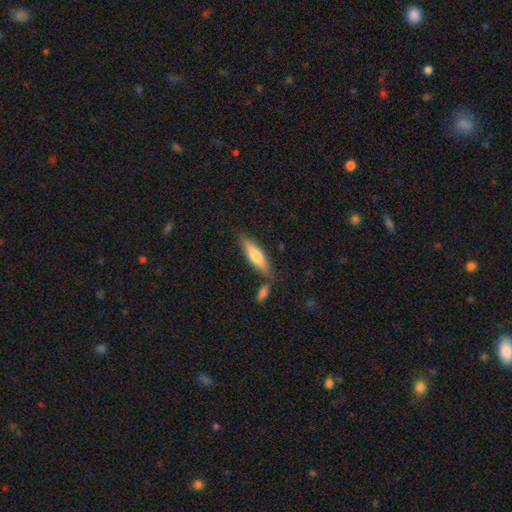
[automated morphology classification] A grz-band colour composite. It shows a smooth galaxy with no disk features (63%) that is cigar-shaped (67%). Merging: none (72%).